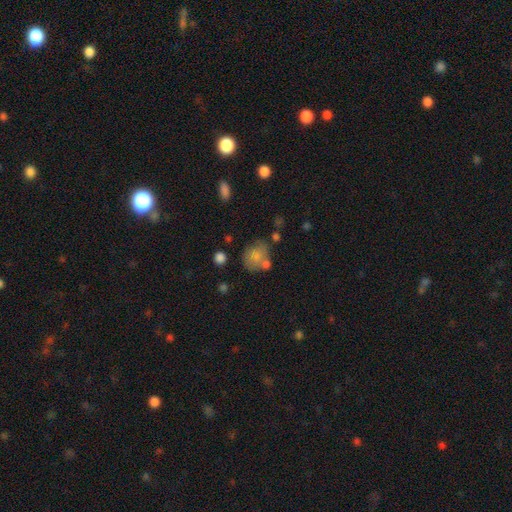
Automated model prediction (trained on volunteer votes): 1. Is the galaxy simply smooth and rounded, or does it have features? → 74% smooth, 17% featured or disk, 9% star or artifact.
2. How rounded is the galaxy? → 68% round, 31% in between, 1% cigar-shaped.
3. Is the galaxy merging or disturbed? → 52% none, 21% merger, 19% minor disturbance, 8% major disturbance.